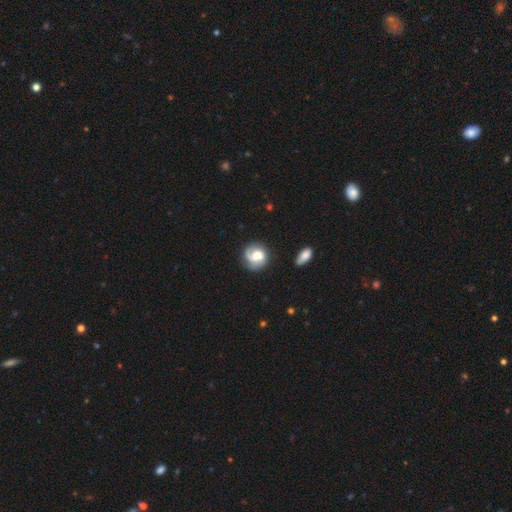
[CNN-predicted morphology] This is likely a featured or disk galaxy (62%). It is clearly not viewed edge-on (98%). Bar: possibly no (50%). Spiral arm pattern: clearly yes (90%). Spiral arm count: marginally 2 (45%). Spiral winding: marginally medium (38%, tied with tight). Central bulge: marginally moderate (41%). Merging: likely none (66%).